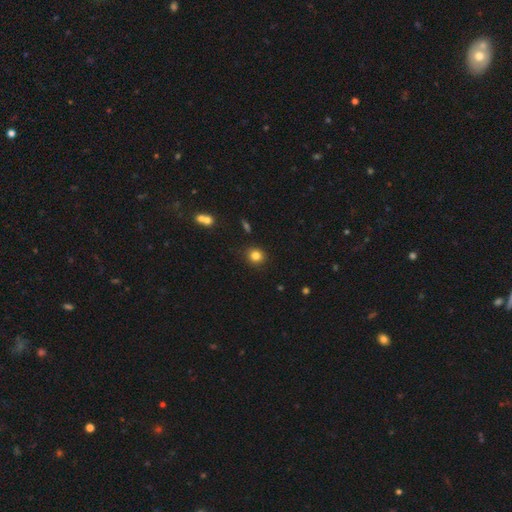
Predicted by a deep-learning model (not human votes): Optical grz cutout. It shows a smooth galaxy with no disk features (82%) that is round (85%). Merging: none (87%).